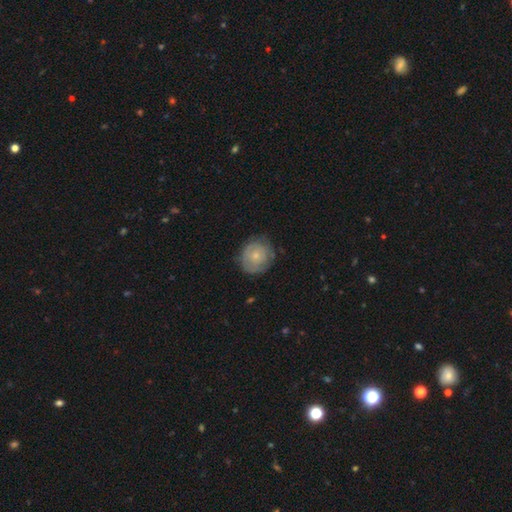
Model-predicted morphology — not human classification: This is possibly a smooth galaxy (53%). How rounded: clearly round (83%). Merging: likely none (73%).